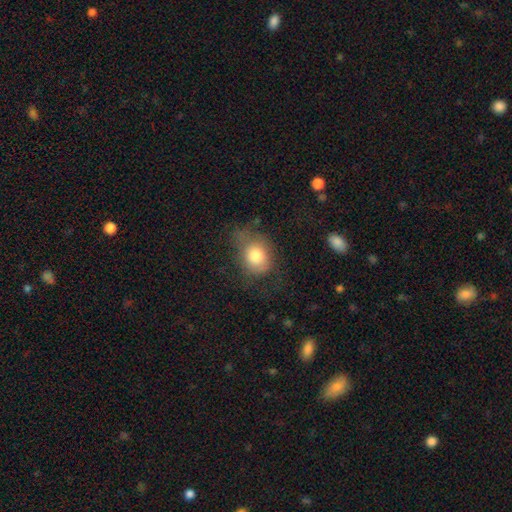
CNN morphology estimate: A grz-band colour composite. It shows a smooth galaxy with no disk features (77%) that is in between round and cigar-shaped (50%). Merging: none (47%).